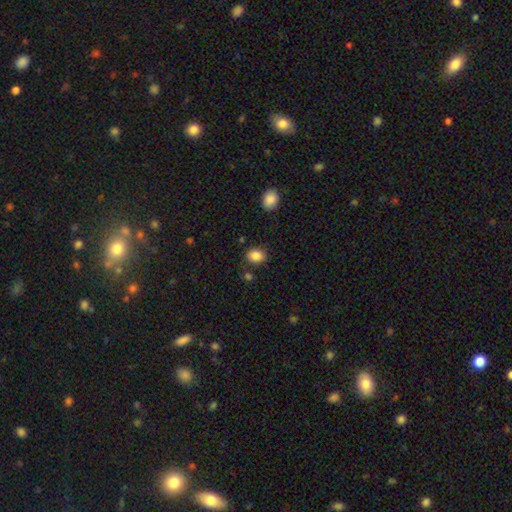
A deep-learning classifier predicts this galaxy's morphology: Smooth or featured?
  - smooth: 86% *
  - star or artifact: 9%
  - featured or disk: 5%
How rounded?
  - in between: 54% *
  - round: 45%
  - cigar-shaped: 1%
Merging?
  - none: 81% *
  - minor disturbance: 12%
  - merger: 4%
  - major disturbance: 3%